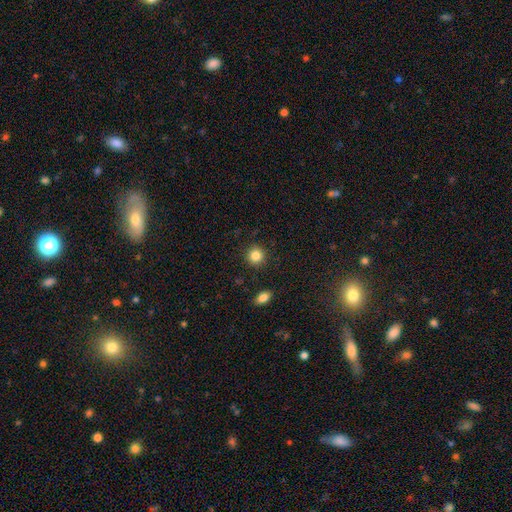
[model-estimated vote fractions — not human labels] smooth_or_featured: smooth (p=0.85) [alt: star or artifact p=0.10]
how_rounded: round (p=0.91) [alt: in between p=0.08]
merging: none (p=0.91) [alt: minor disturbance p=0.06]